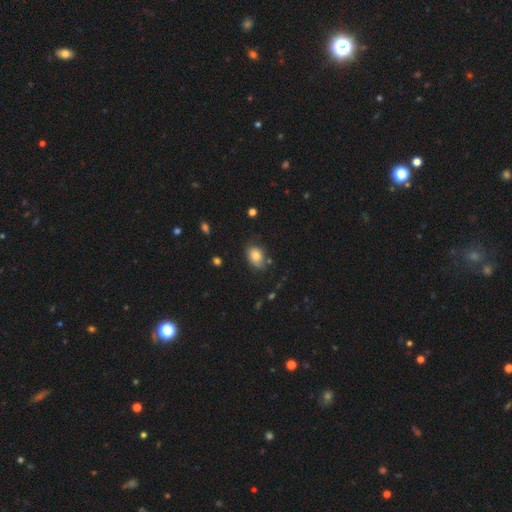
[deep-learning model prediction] Smooth or featured? smooth (81%)
How rounded? in between (74%)
Merging? none (70%)